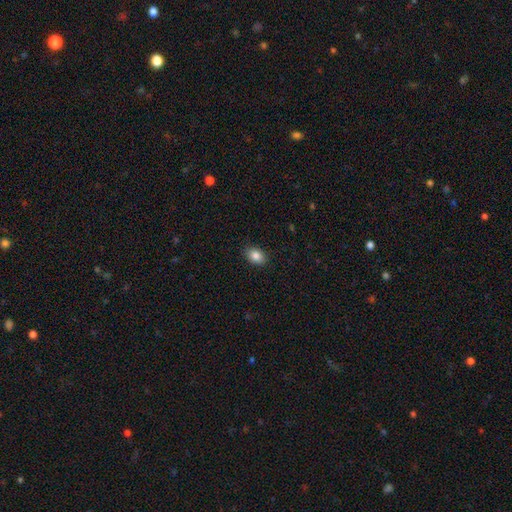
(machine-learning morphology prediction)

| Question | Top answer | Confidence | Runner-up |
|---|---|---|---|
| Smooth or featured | smooth | 86% | star or artifact (8%) |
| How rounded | in between | 78% | round (21%) |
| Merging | none | 88% | minor disturbance (9%) |